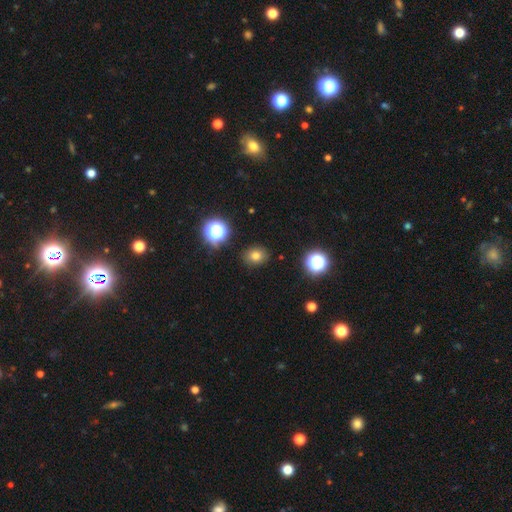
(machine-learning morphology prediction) A smooth galaxy with no disk features (75%) that is round (58%). Merging: none (88%).